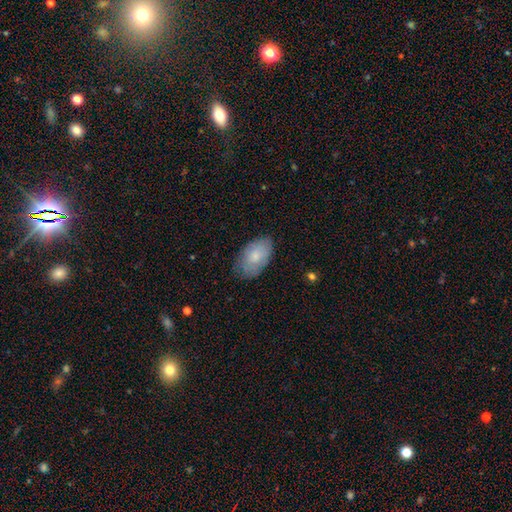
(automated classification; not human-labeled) This appears to be a smooth galaxy with no disk features (72%) that is in between round and cigar-shaped (94%). Merging: none (73%).